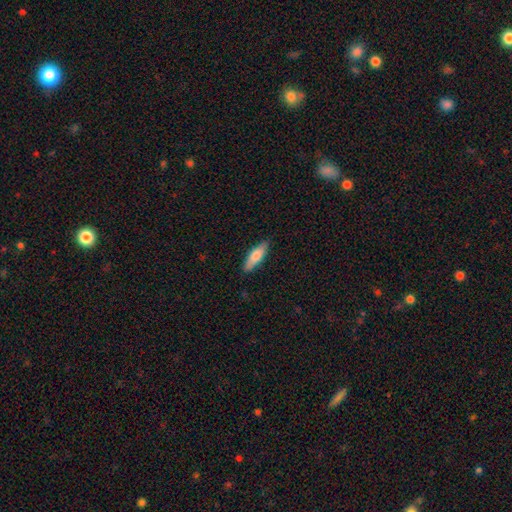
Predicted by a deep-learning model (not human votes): smooth-or-featured: smooth: 75% | featured or disk: 20% | star or artifact: 6%
  how-rounded: in between: 51% | cigar-shaped: 47% | round: 2%
  merging: none: 86% | minor disturbance: 11% | major disturbance: 2% | merger: 1%